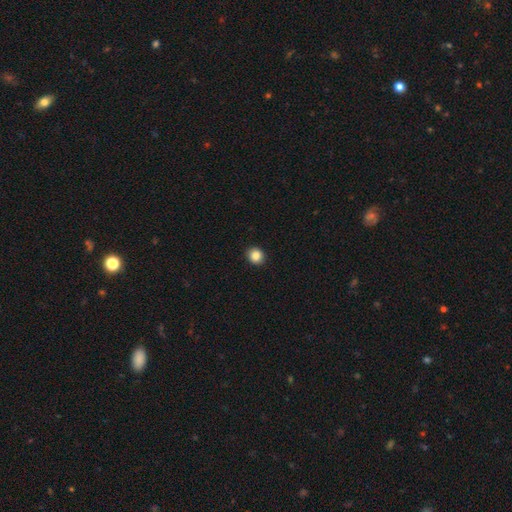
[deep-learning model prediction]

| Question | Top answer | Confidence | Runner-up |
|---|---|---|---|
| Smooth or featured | smooth | 86% | star or artifact (10%) |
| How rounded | round | 82% | in between (17%) |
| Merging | none | 92% | minor disturbance (5%) |